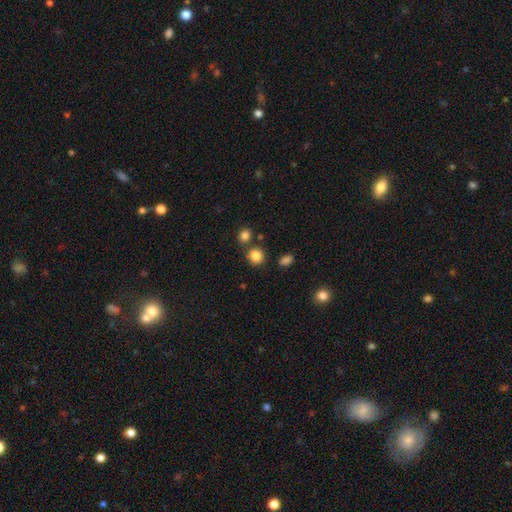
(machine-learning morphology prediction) The model was most divided on "merging": none: 75%, merger: 12%, minor disturbance: 10%, major disturbance: 3%. More confident: how rounded — round (84%); smooth or featured — smooth (83%).